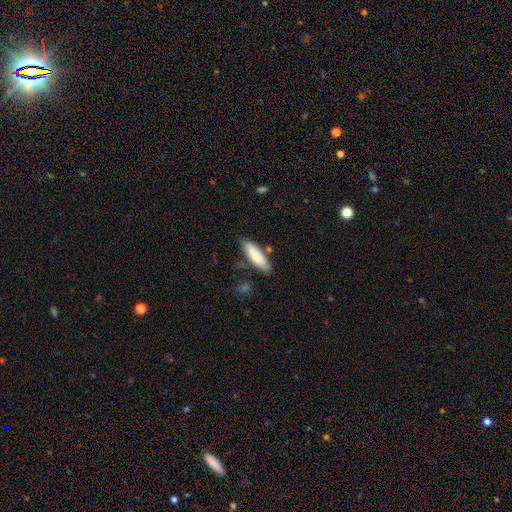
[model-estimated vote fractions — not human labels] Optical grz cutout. It shows a smooth galaxy with no disk features (82%) that is cigar-shaped (50%). Merging: none (78%).